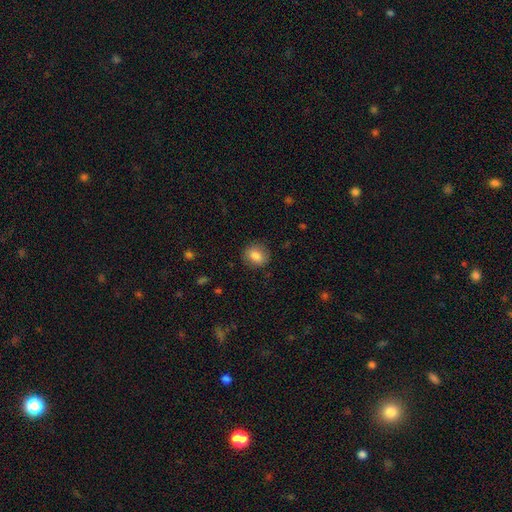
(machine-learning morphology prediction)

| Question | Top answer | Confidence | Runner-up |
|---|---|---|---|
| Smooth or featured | smooth | 84% | star or artifact (8%) |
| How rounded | round | 58% | in between (41%) |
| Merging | none | 84% | minor disturbance (11%) |